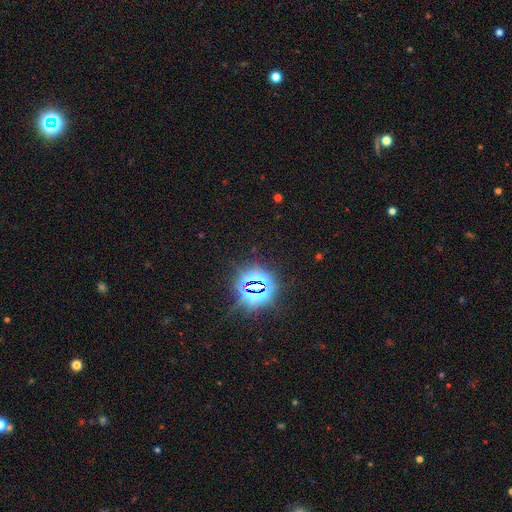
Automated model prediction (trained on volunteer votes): Smooth or featured?
  - star or artifact: 79% *
  - smooth: 14%
  - featured or disk: 7%